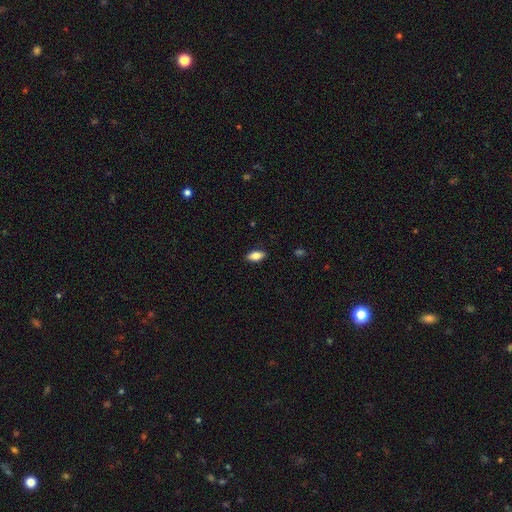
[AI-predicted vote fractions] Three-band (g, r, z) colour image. It shows a smooth galaxy with no disk features (78%) that is in between round and cigar-shaped (88%). Merging: none (89%).